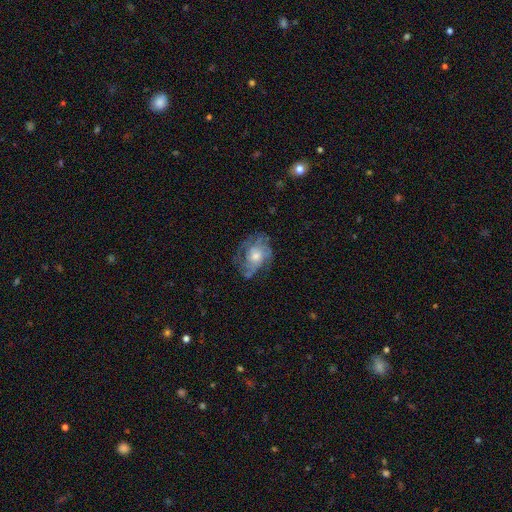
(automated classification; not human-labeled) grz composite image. It shows a featured or disk galaxy (73%) with no bar (79%), tight (48%) spiral arms (84%) and a moderate central bulge (60%). Merging: none (65%).